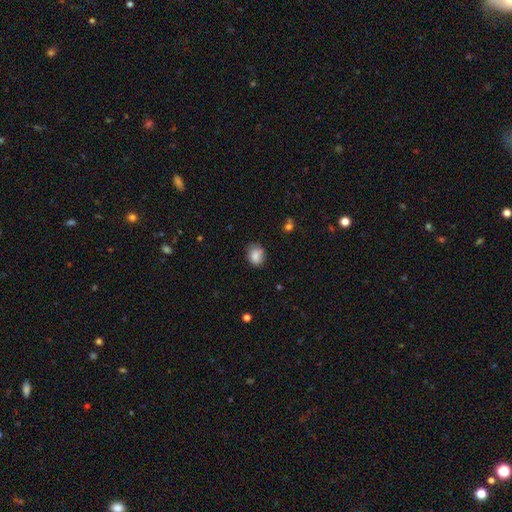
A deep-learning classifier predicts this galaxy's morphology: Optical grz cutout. It shows a smooth galaxy with no disk features (83%) that is round (55%). Merging: none (67%).